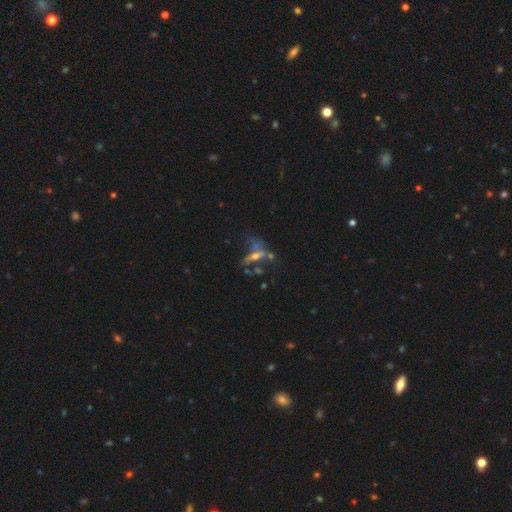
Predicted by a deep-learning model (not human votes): Smooth or featured? featured or disk (57%)
Edge-on disk? no (57%)
Merging? major disturbance (32%)